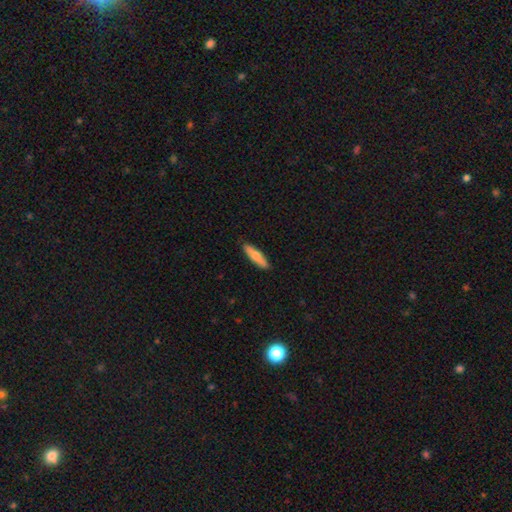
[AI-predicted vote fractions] A smooth galaxy with no disk features (65%) that is cigar-shaped (75%). Merging: none (89%).